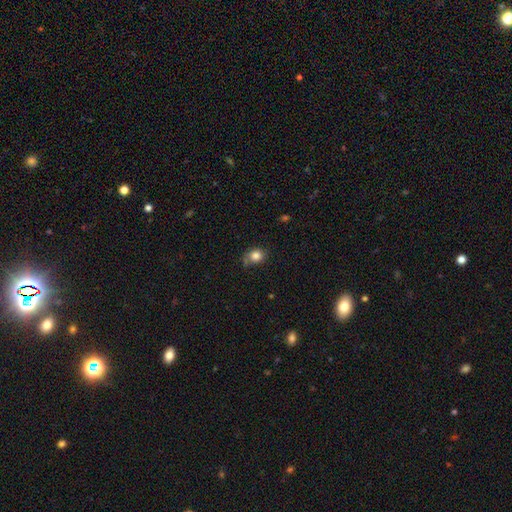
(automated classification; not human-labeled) Overall: smooth (82%). How rounded: round (61%; in between 38%). Merging: none (62%; minor disturbance 27%).